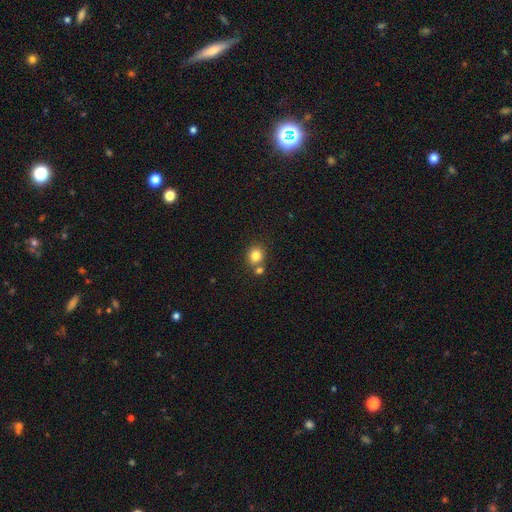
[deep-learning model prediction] Smooth or featured: smooth — 82% (star or artifact — 11%)
How rounded: round — 75% (in between — 24%)
Merging: none — 65% (merger — 23%)